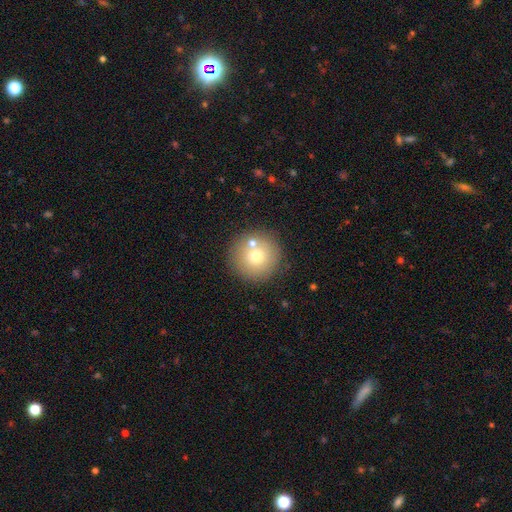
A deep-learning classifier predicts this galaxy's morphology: smooth-or-featured: smooth: 71% | featured or disk: 17% | star or artifact: 11%
  how-rounded: round: 96% | in between: 3% | cigar-shaped: 1%
  merging: none: 78% | merger: 11% | minor disturbance: 8% | major disturbance: 3%